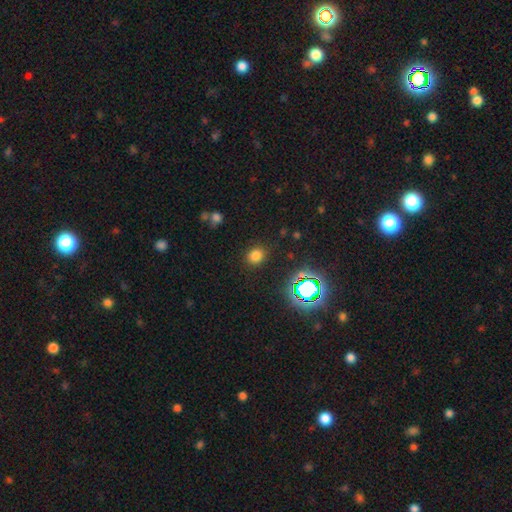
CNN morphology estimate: Overall: smooth (74%). How rounded: round (71%). Merging: none (88%).